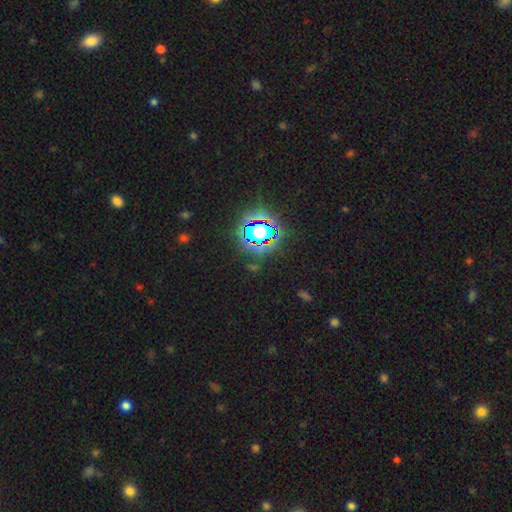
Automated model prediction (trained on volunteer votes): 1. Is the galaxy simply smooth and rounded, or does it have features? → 81% star or artifact, 13% smooth, 7% featured or disk.